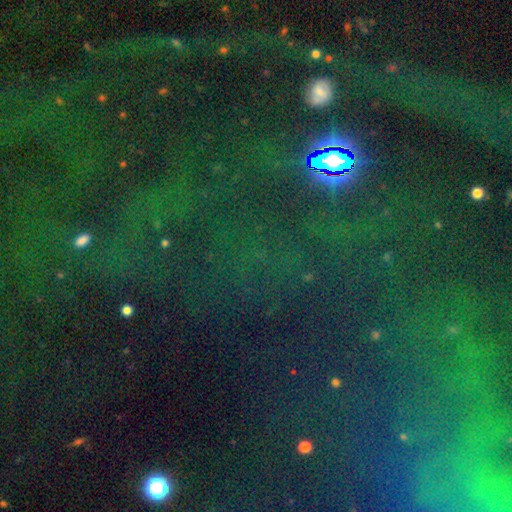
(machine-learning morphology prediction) type=star or artifact (79%).